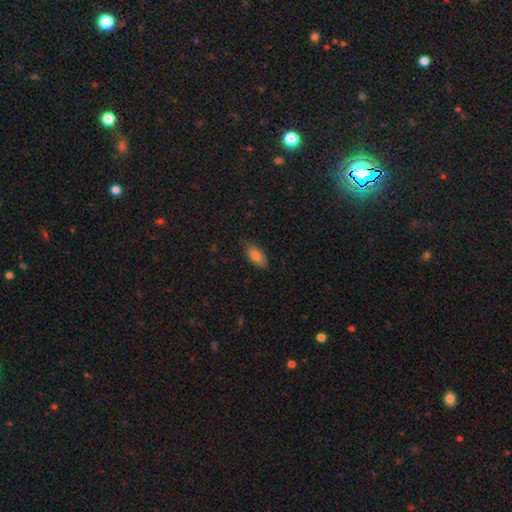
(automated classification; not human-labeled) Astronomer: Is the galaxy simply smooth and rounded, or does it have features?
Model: smooth — 81%.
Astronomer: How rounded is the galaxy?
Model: in between — 90%.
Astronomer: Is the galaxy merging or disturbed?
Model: none — 74%.